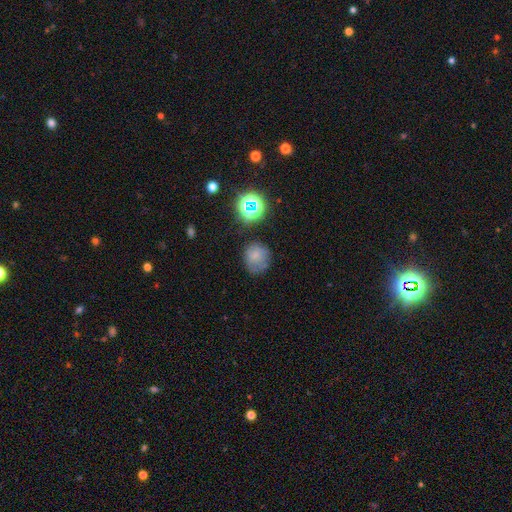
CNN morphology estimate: This is likely a smooth galaxy (69%). How rounded: likely round (79%). Merging: likely none (63%).